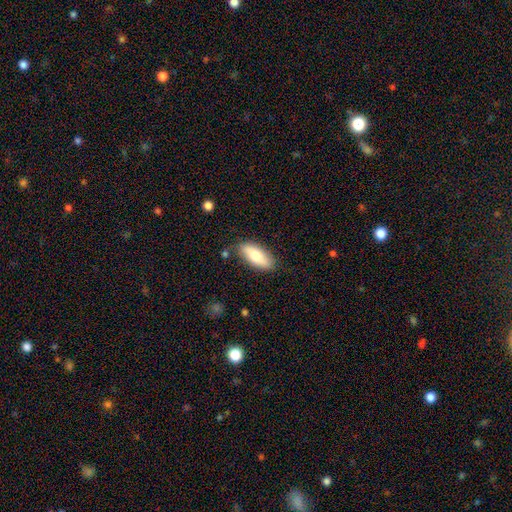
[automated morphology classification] Overall: smooth (75%). How rounded: in between (82%). Merging: none (81%).